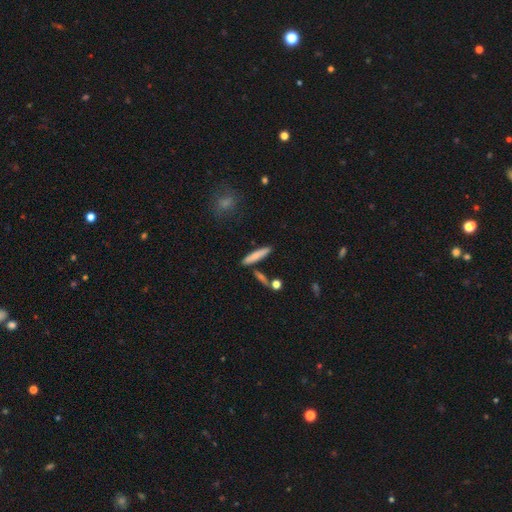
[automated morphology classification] Smooth or featured?
  - smooth: 75% *
  - featured or disk: 18%
  - star or artifact: 7%
How rounded?
  - cigar-shaped: 87% *
  - in between: 11%
  - round: 2%
Merging?
  - none: 80% *
  - minor disturbance: 10%
  - merger: 8%
  - major disturbance: 3%